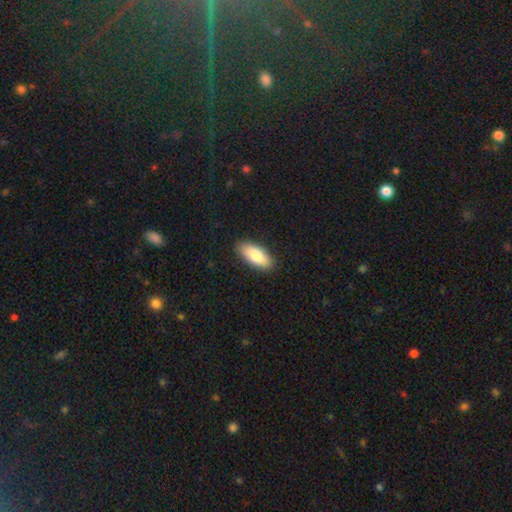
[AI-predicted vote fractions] Smooth or featured? Predicted: smooth (p=0.82). How rounded? Predicted: in between (p=0.83). Merging? Predicted: none (p=0.89).